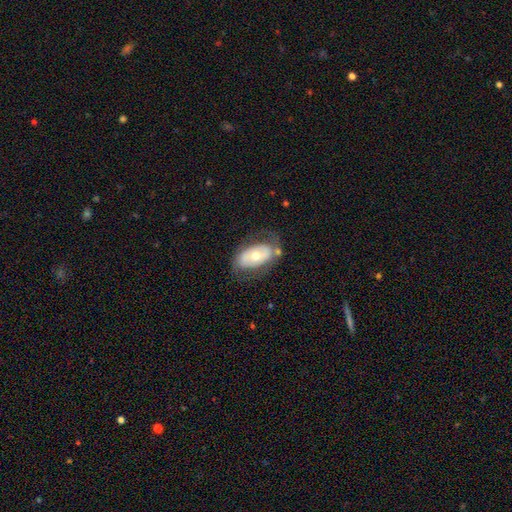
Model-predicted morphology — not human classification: The model was most divided on "smooth or featured": featured or disk: 52%, smooth: 42%, star or artifact: 6%. More confident: edge-on disk — no (90%); merging — none (62%).